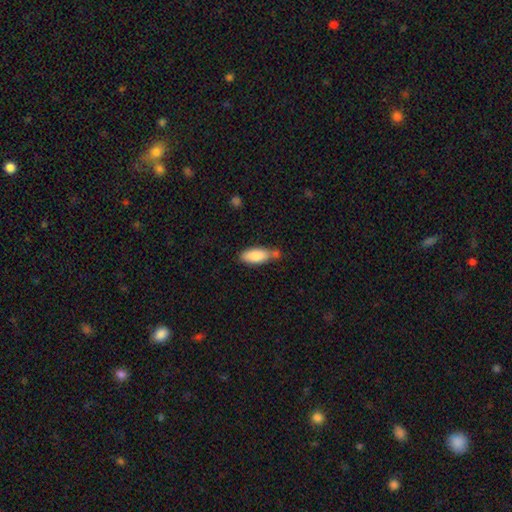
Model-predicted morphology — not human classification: Smooth or featured? smooth (85%)
How rounded? in between (78%)
Merging? none (50%)